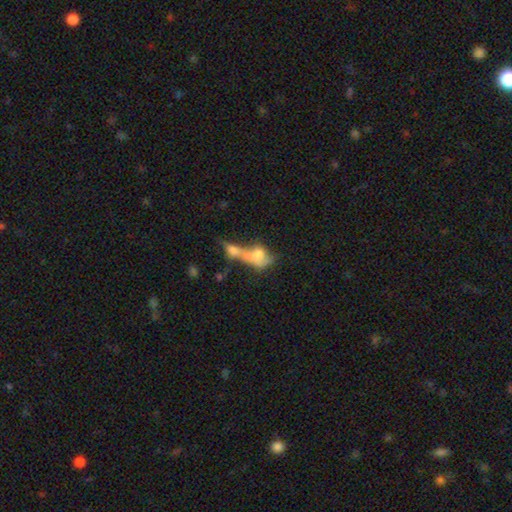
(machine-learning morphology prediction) This appears to be a smooth galaxy with no disk features (57%) that is in between round and cigar-shaped (63%). Merging: merger (69%).